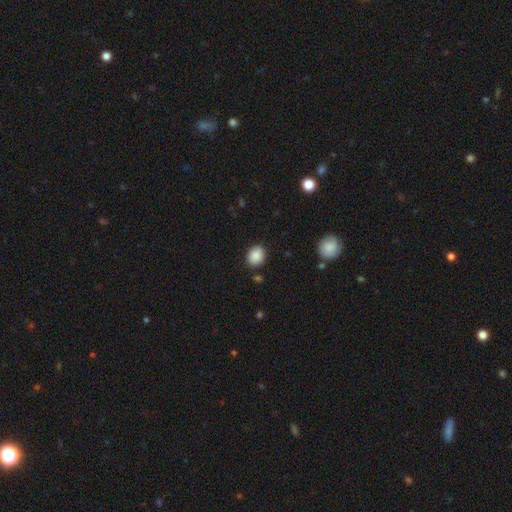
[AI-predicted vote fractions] Overall: smooth (88%). How rounded: round (63%; in between 36%). Merging: none (86%).